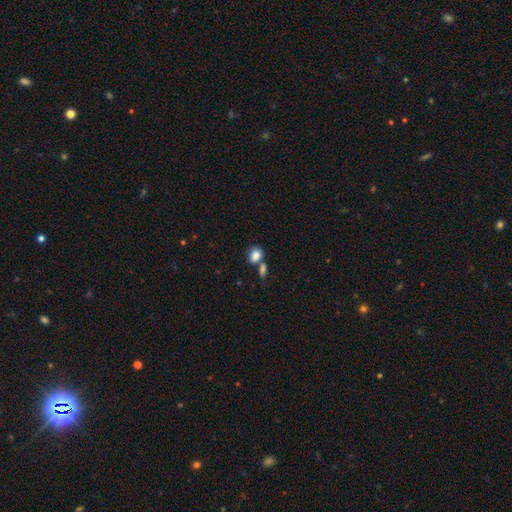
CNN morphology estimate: Overall: smooth (84%). How rounded: round (52%; in between 47%). Merging: none (44%; merger 39%).